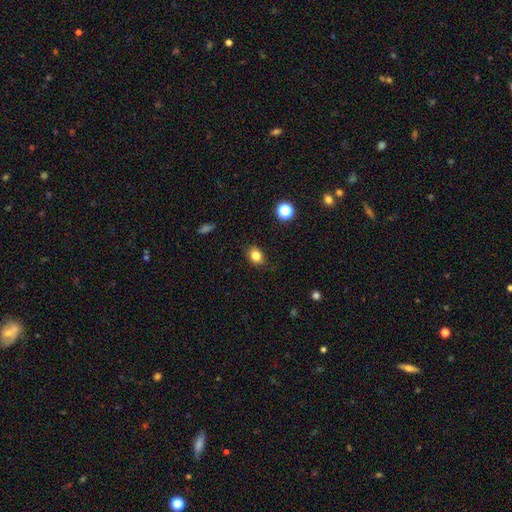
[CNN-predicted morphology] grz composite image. It shows a smooth galaxy with no disk features (82%) that is in between round and cigar-shaped (57%). Merging: none (86%).